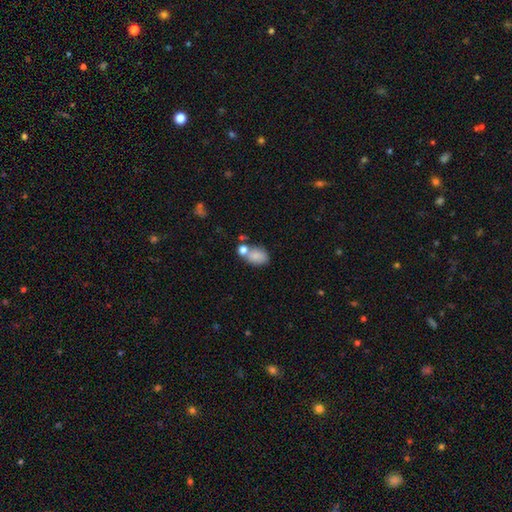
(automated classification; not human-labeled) Overall: smooth (80%). How rounded: in between (78%). Merging: none (47%; merger 31%).